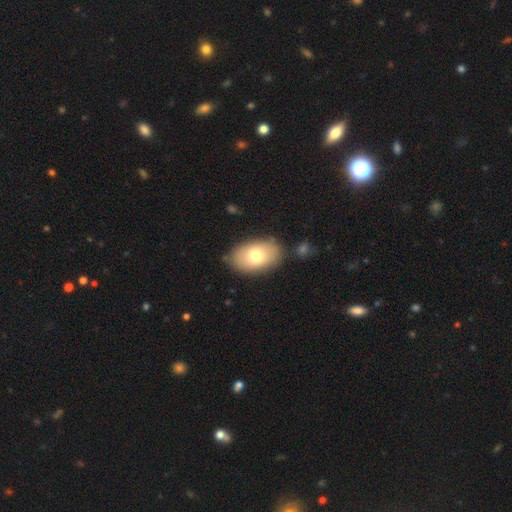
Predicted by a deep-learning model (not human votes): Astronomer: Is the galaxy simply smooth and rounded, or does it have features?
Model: smooth — 74%.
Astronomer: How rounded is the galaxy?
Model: in between — 92%.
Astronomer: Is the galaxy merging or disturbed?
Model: none — 80%.